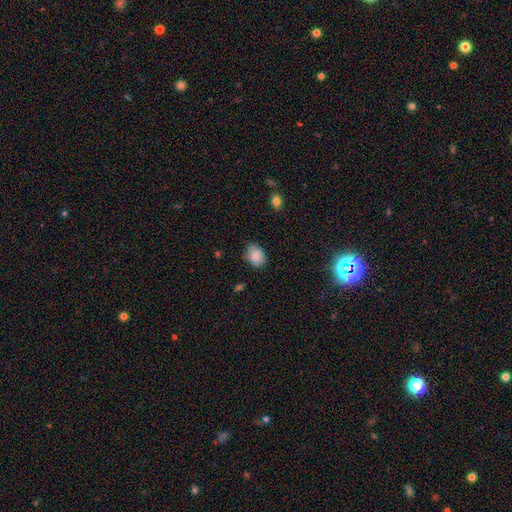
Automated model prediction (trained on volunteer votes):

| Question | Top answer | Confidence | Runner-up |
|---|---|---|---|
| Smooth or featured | smooth | 83% | star or artifact (9%) |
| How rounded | in between | 71% | round (28%) |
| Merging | none | 69% | minor disturbance (25%) |